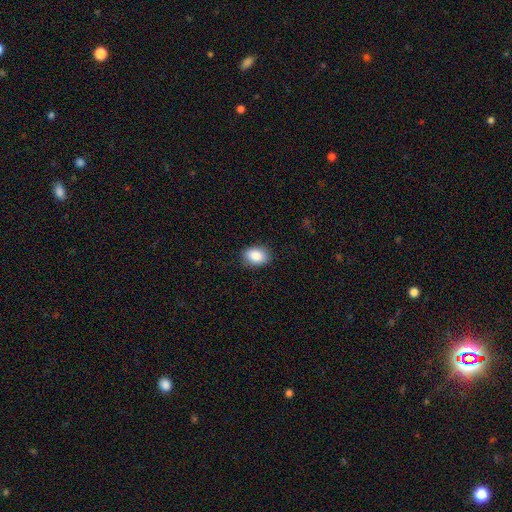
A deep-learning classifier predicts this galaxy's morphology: This is clearly a smooth galaxy (88%). How rounded: likely in between (76%). Merging: clearly none (86%).